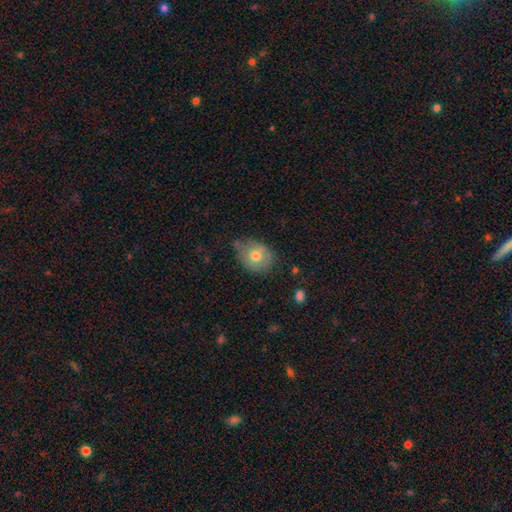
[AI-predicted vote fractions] A smooth galaxy with no disk features (70%) that is round (50%). Merging: none (55%).